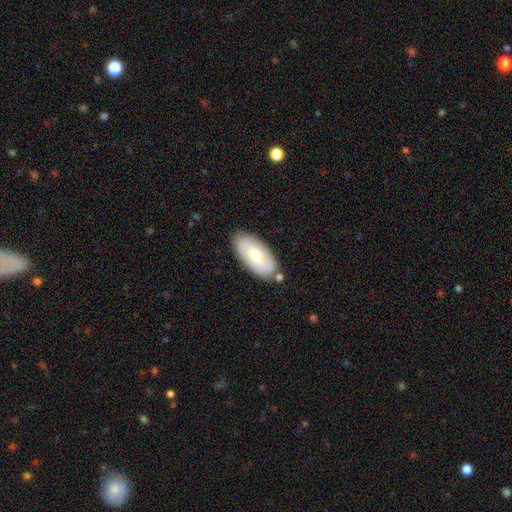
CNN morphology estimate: Smooth or featured?
  - smooth: 59% *
  - featured or disk: 36%
  - star or artifact: 6%
How rounded?
  - in between: 92% *
  - cigar-shaped: 6%
  - round: 2%
Merging?
  - none: 80% *
  - minor disturbance: 13%
  - merger: 4%
  - major disturbance: 3%